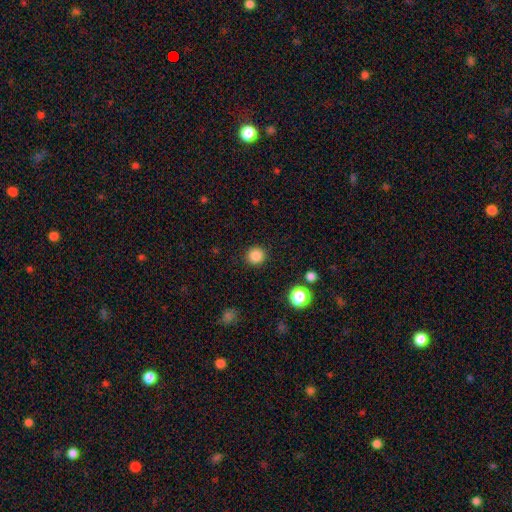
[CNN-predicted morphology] type=smooth (85%); roundness=round (94%); merging=none (91%).